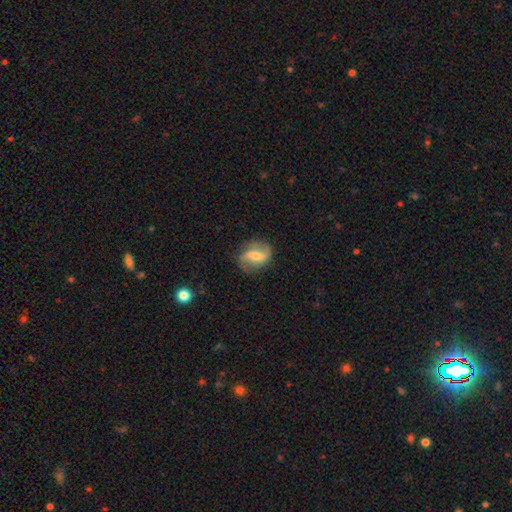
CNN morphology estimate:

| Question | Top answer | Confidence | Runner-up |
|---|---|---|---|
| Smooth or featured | featured or disk | 70% | smooth (23%) |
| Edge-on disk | no | 96% | yes (4%) |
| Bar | weak | 43% | strong (37%) |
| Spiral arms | yes | 89% | no (11%) |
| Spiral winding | loose | 62% | medium (29%) |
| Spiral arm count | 2 | 87% | can't tell (5%) |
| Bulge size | small | 41% | moderate (40%) |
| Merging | none | 74% | minor disturbance (17%) |